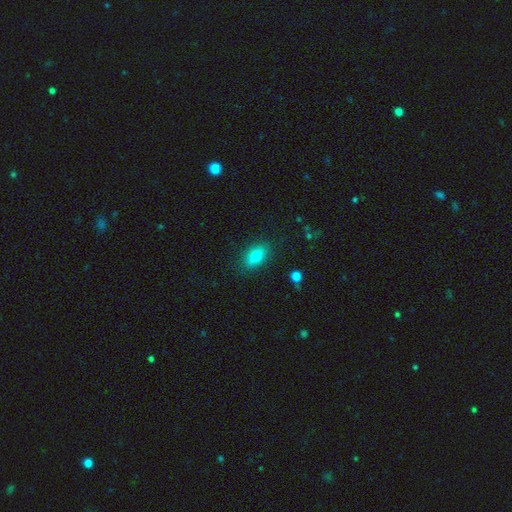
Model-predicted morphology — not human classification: Smooth or featured? Predicted: smooth (p=0.74). How rounded? Predicted: in between (p=0.83). Merging? Predicted: none (p=0.85).